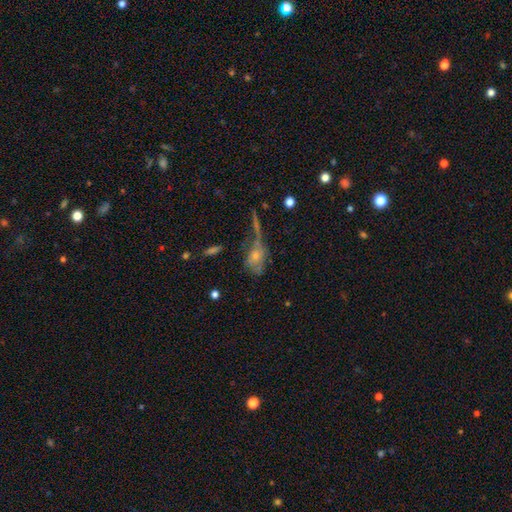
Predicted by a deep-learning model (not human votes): Smooth or featured? Predicted: smooth (p=0.45). Merging? Predicted: none (p=0.36).